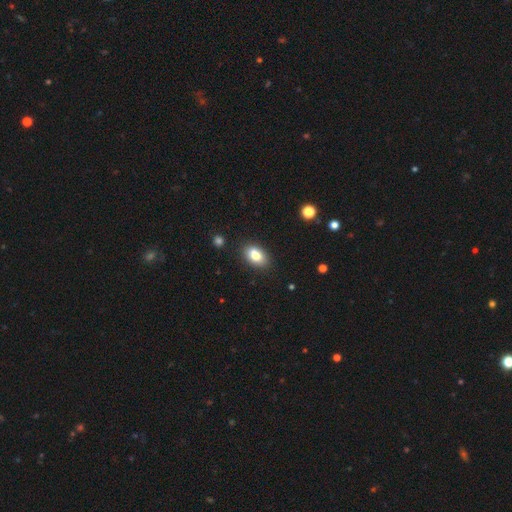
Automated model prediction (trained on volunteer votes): Overall: smooth (79%). How rounded: in between (86%). Merging: none (74%).